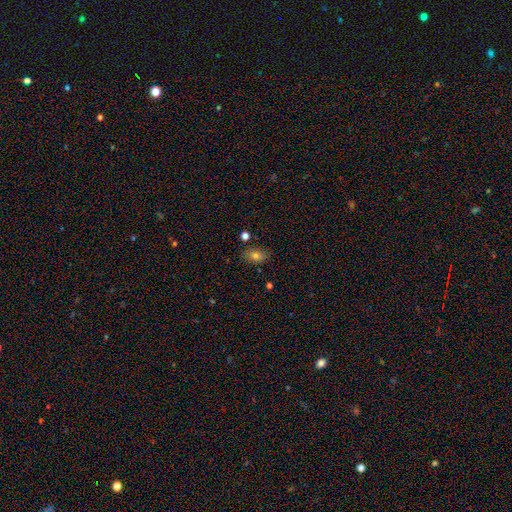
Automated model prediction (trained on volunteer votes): Morphology: type=smooth (77%); roundness=in between (83%); merging=none (82%).